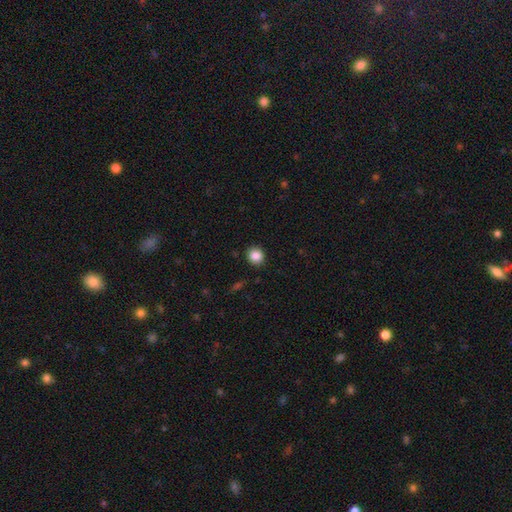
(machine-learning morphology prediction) type=smooth (86%); roundness=round (83%); merging=none (90%).